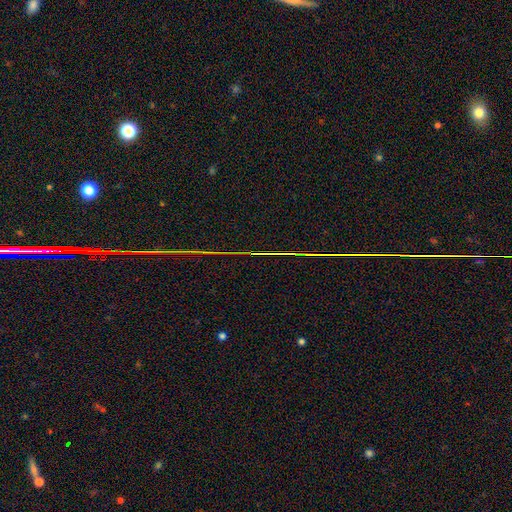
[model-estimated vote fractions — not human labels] smooth-or-featured: star or artifact: 85% | featured or disk: 8% | smooth: 7%